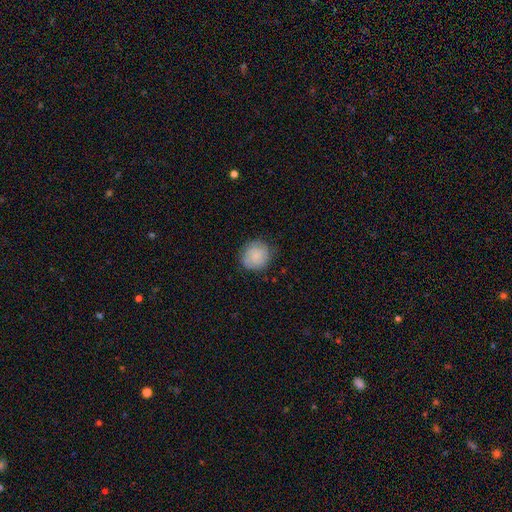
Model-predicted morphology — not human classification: smooth 75%, featured or disk 18%, star or artifact 8%. Down the decision tree: how rounded — round (84%); merging — none (78%).